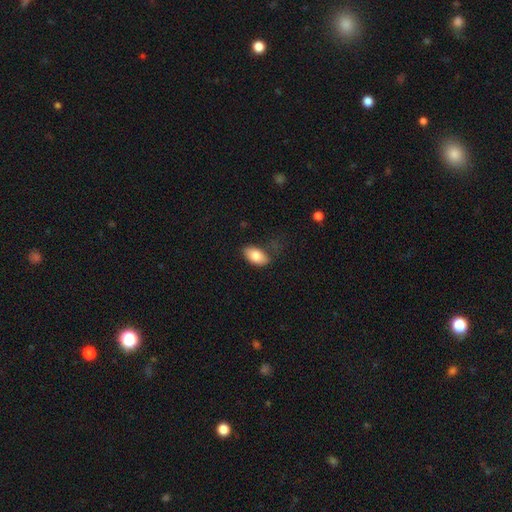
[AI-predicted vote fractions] Smooth or featured: smooth — 81% (featured or disk — 12%)
How rounded: in between — 92% (round — 5%)
Merging: none — 72% (minor disturbance — 21%)